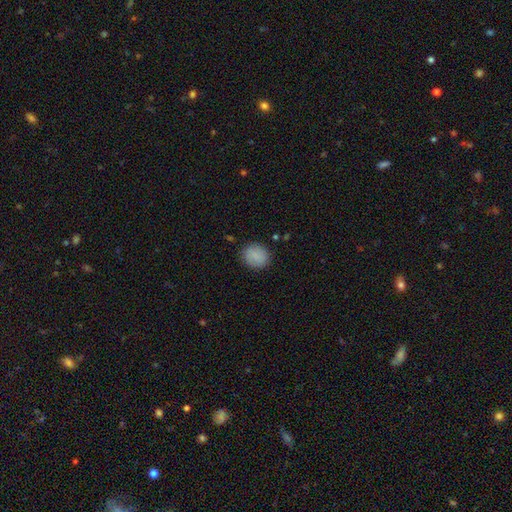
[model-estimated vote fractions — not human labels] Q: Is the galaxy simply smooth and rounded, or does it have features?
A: smooth — 86%.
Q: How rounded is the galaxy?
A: round — 72%.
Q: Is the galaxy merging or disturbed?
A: none — 87%.